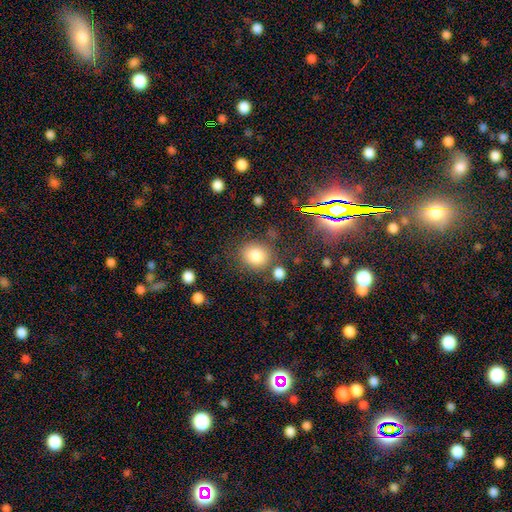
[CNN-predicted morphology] This appears to be a smooth galaxy with no disk features (81%) that is round (72%). Merging: none (74%).